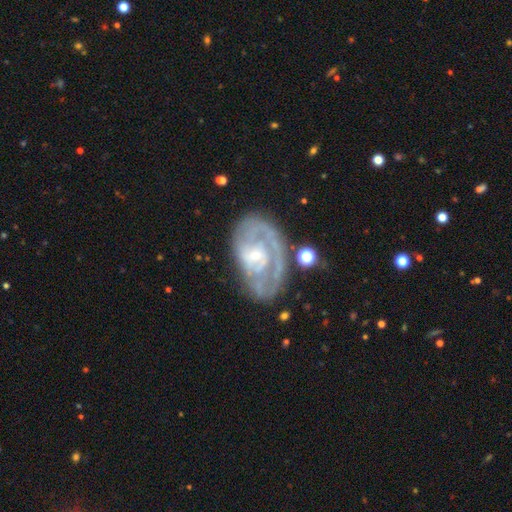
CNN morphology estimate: Smooth or featured? featured or disk (81%)
Edge-on disk? no (96%)
Bar? no (56%)
Spiral arms? yes (89%)
Spiral winding? tight (61%)
Spiral arm count? 2 (33%, tied with can't tell)
Bulge size? small (69%)
Merging? none (59%)